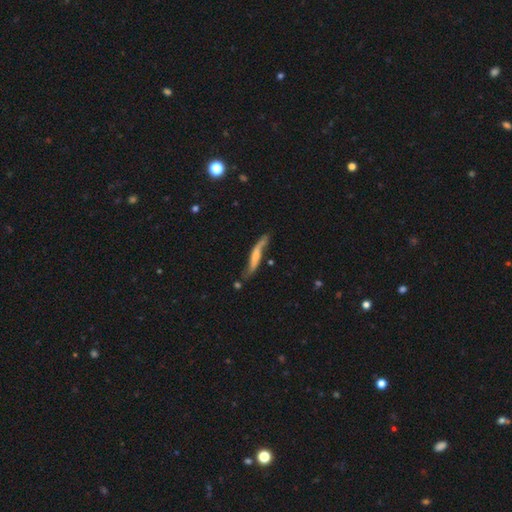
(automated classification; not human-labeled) Smooth or featured?
  - featured or disk: 52% *
  - smooth: 41%
  - star or artifact: 6%
Edge-on disk?
  - no: 50% * (tied)
  - yes: 50% * (tied)
Merging?
  - none: 52% *
  - minor disturbance: 27%
  - major disturbance: 12%
  - merger: 9%